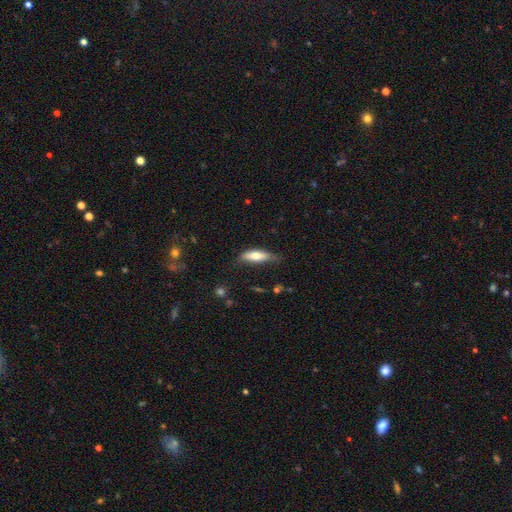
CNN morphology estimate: Q: Smooth or featured?
A: smooth (67%); runner-up: featured or disk (27%)
Q: How rounded?
A: in between (49%); tied with: cigar-shaped (49%)
Q: Merging?
A: none (62%); runner-up: minor disturbance (29%)